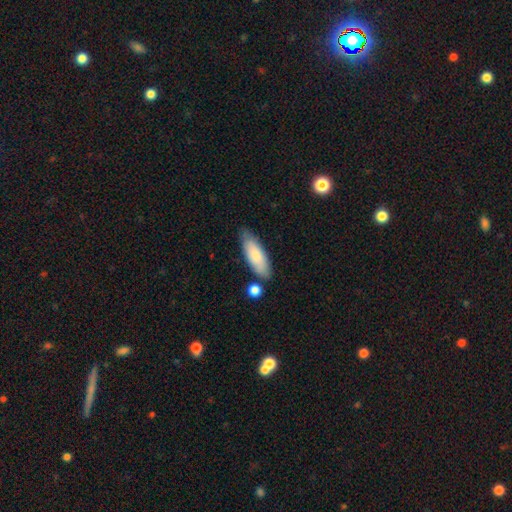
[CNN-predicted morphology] Smooth or featured: smooth — 79% (featured or disk — 16%)
How rounded: in between — 65% (cigar-shaped — 33%)
Merging: none — 73% (minor disturbance — 17%)